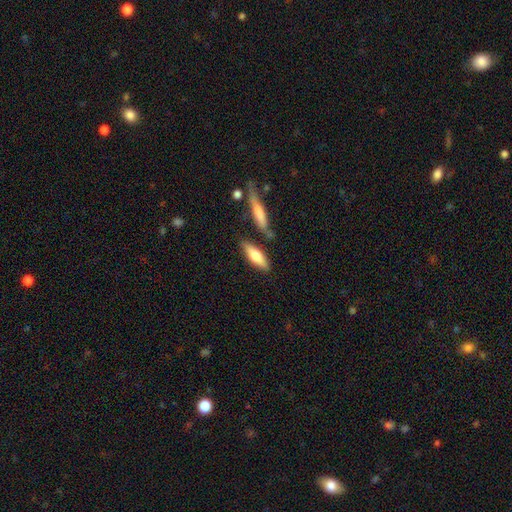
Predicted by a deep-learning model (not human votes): Smooth or featured: smooth — 66% (featured or disk — 29%)
How rounded: cigar-shaped — 52% (in between — 46%)
Merging: none — 74% (minor disturbance — 13%)